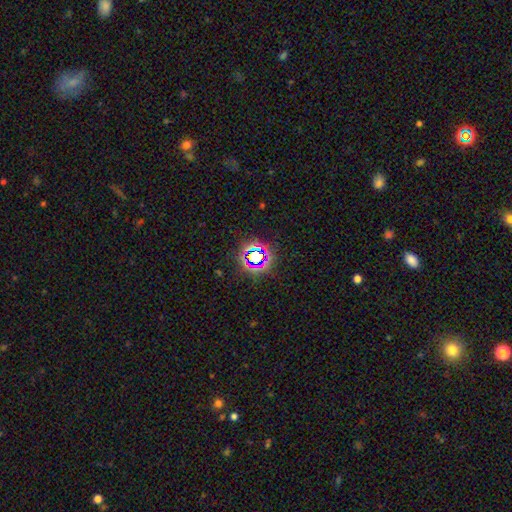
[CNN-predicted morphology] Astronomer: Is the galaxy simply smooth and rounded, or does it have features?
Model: star or artifact — 69%.